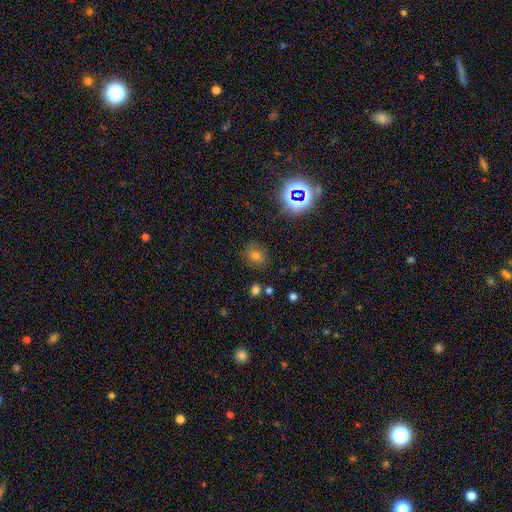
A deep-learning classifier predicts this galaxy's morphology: This is likely a smooth galaxy (62%). How rounded: likely round (68%). Merging: clearly none (82%).